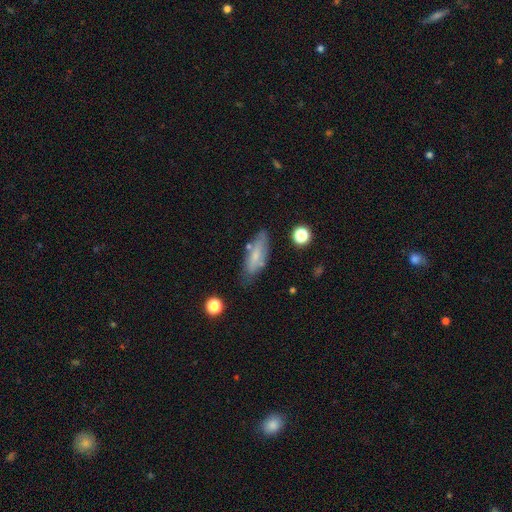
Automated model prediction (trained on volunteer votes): This is likely a smooth galaxy (61%). How rounded: possibly in between (56%). Merging: likely none (69%).